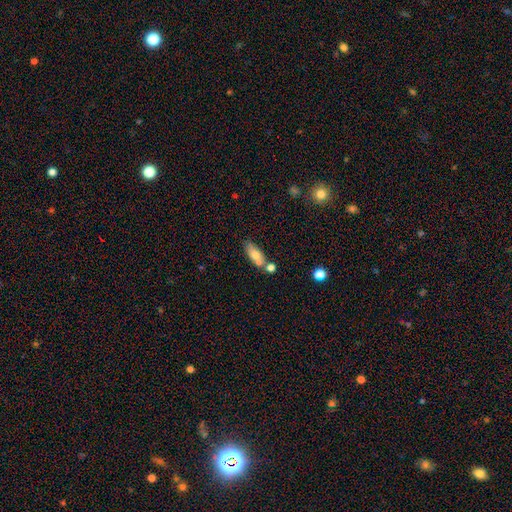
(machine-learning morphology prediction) smooth 70%, featured or disk 22%, star or artifact 8%. Down the decision tree: how rounded — in between (71%); merging — none (54%).